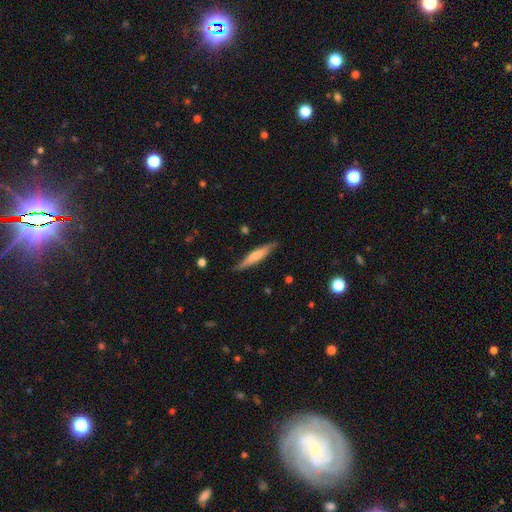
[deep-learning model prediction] The model was most divided on "smooth or featured": smooth: 56%, featured or disk: 39%, star or artifact: 5%. More confident: how rounded — cigar-shaped (90%); merging — none (84%).